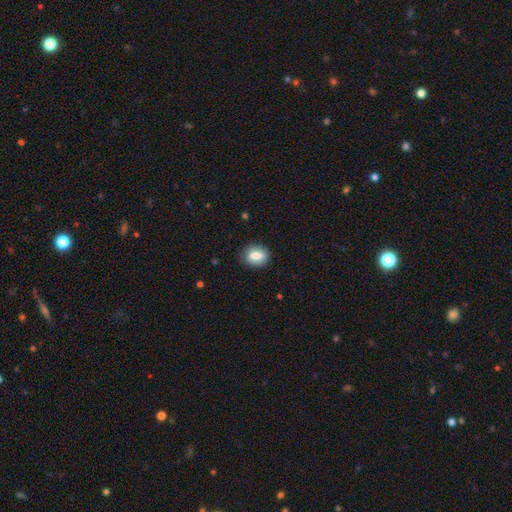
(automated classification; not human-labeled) smooth 80%, featured or disk 12%, star or artifact 8%. Down the decision tree: how rounded — in between (65%); merging — none (82%).